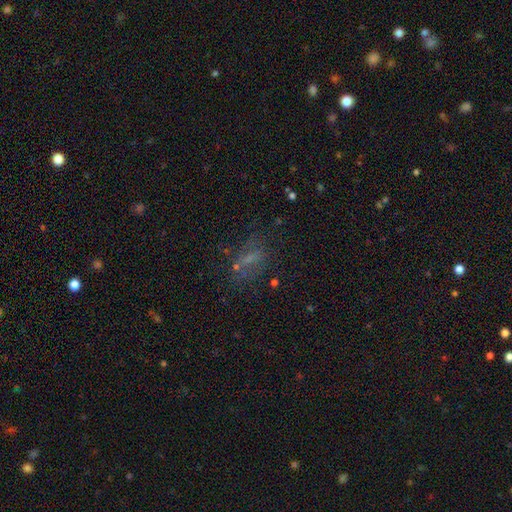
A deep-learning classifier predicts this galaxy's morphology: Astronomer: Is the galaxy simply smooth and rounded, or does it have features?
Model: star or artifact — 38% (runner-up: smooth, 35%).